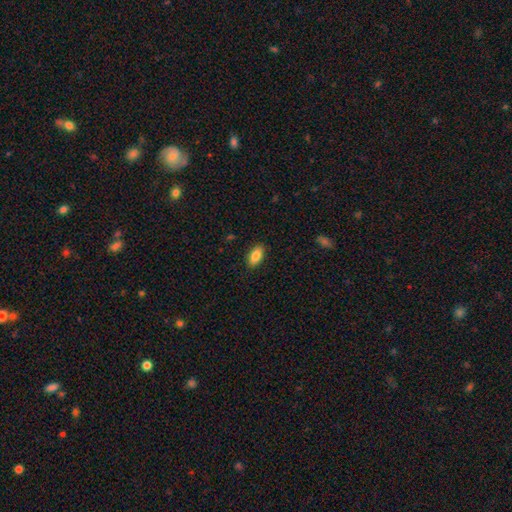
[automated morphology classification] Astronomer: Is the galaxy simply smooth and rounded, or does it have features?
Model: smooth — 85%.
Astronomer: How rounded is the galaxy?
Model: in between — 91%.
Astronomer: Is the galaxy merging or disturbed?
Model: none — 88%.